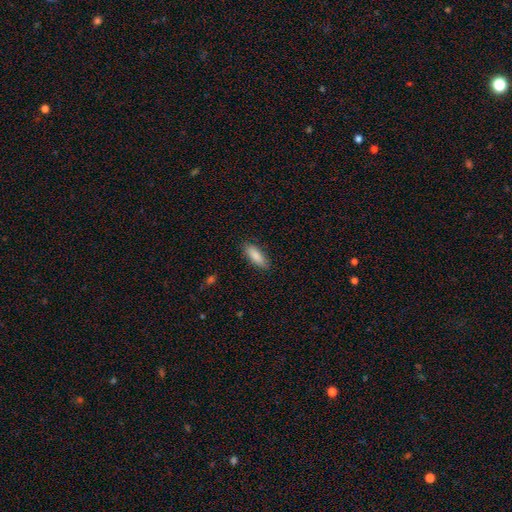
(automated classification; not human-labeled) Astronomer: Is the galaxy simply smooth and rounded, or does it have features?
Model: smooth — 87%.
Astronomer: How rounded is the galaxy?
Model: in between — 67%.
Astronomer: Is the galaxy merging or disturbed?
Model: none — 86%.